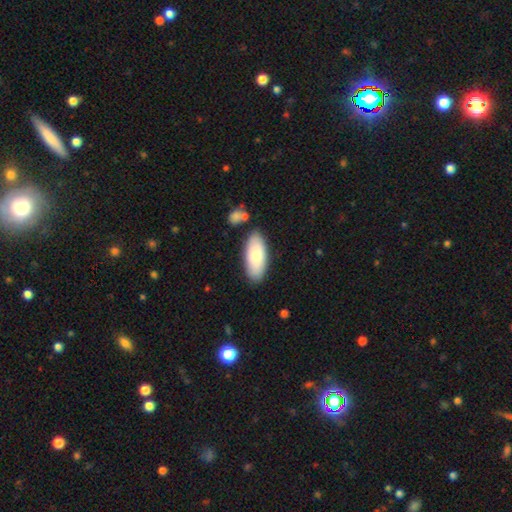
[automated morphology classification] Smooth or featured: smooth — 79% (featured or disk — 16%)
How rounded: in between — 85% (cigar-shaped — 13%)
Merging: none — 82% (minor disturbance — 11%)